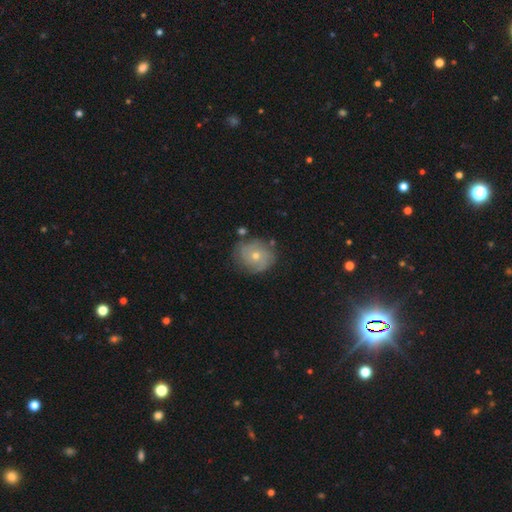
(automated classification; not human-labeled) Morphology: type=featured or disk (56%); edge-on=no (97%); bar=no (84%); spiral arms=yes (76%); bulge=small (53%); merging=none (76%).